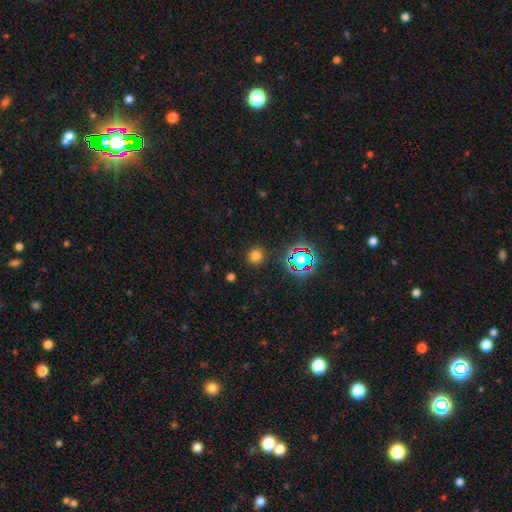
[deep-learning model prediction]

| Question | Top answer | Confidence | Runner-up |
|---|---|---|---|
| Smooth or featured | smooth | 73% | star or artifact (22%) |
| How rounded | round | 90% | in between (9%) |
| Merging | none | 89% | minor disturbance (6%) |